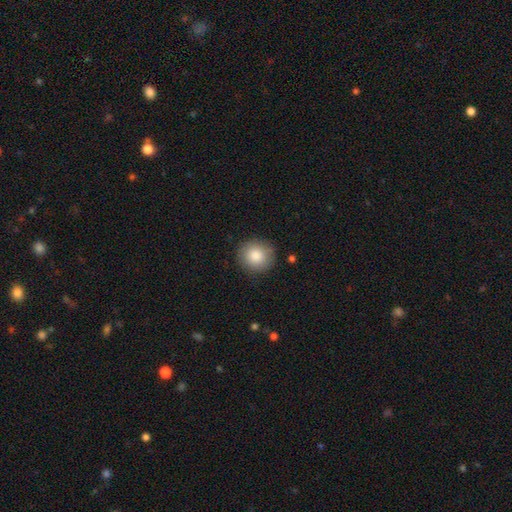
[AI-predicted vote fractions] A smooth galaxy with no disk features (86%) that is round (90%).

Vote fractions:
- Smooth or featured? smooth: 86% / star or artifact: 8% / featured or disk: 7%
- How rounded? round: 90% / in between: 9% / cigar-shaped: 1%
- Merging? none: 87% / minor disturbance: 9% / major disturbance: 2% / merger: 1%